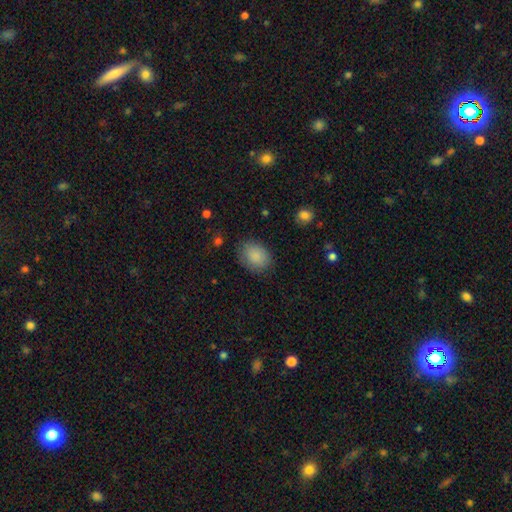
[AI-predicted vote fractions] This is clearly a smooth galaxy (88%). How rounded: likely in between (64%). Merging: clearly none (80%).